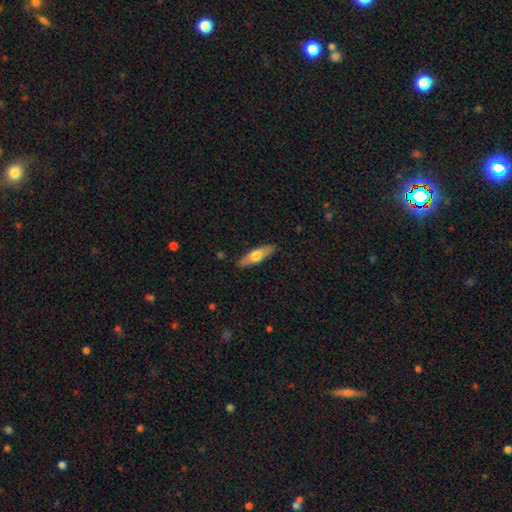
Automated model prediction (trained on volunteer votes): This appears to be a smooth galaxy with no disk features (56%) that is cigar-shaped (58%). Merging: none (88%).